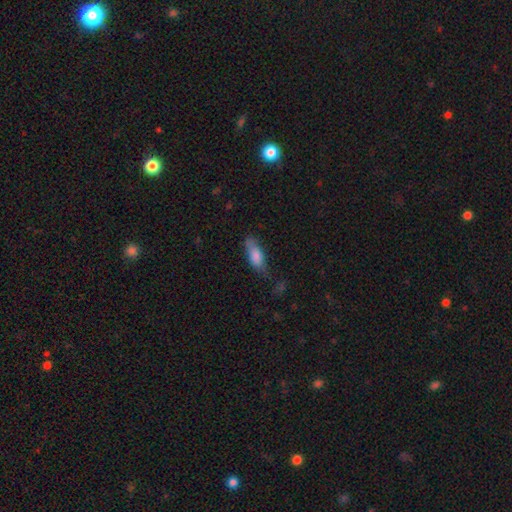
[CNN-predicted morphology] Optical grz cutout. It shows a smooth galaxy with no disk features (78%) that is in between round and cigar-shaped (70%). Merging: none (50%).